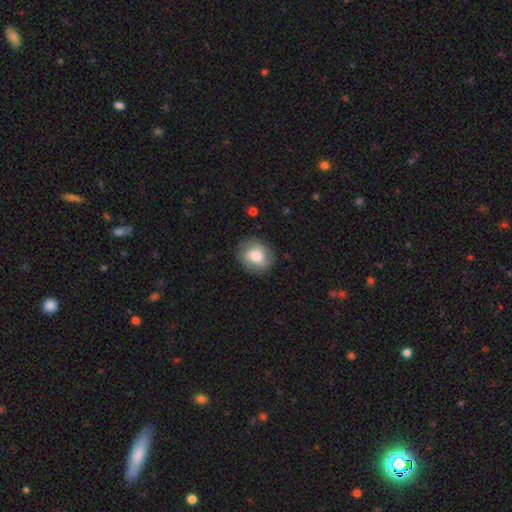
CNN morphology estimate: This is likely a smooth galaxy (61%). How rounded: likely round (72%). Merging: likely none (80%).